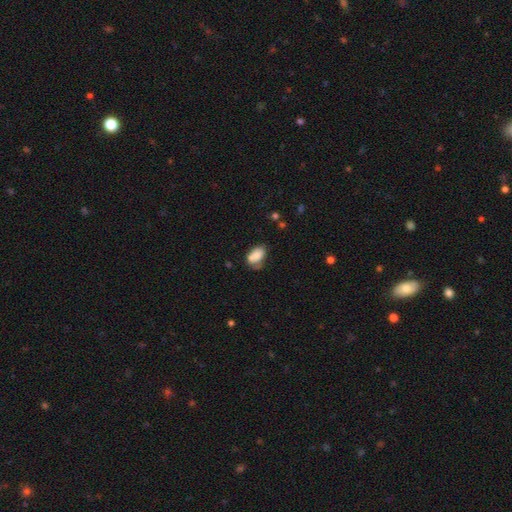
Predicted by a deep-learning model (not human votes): smooth_or_featured: smooth (p=0.78) [alt: featured or disk p=0.13]
how_rounded: in between (p=0.90) [alt: round p=0.08]
merging: none (p=0.44) [alt: minor disturbance p=0.30]